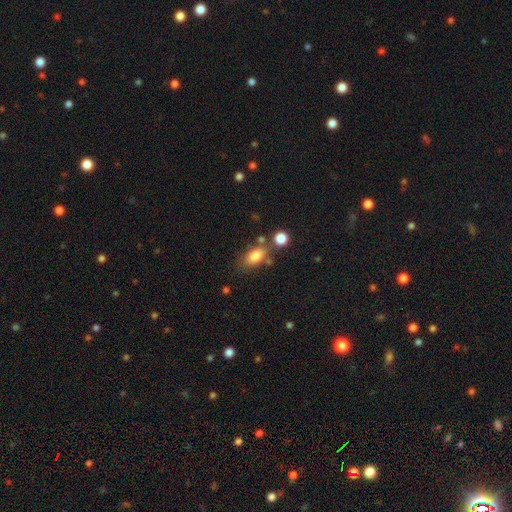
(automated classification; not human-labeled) A smooth galaxy with no disk features (82%) that is in between round and cigar-shaped (86%).

Vote fractions:
- Smooth or featured? smooth: 82% / featured or disk: 9% / star or artifact: 9%
- How rounded? in between: 86% / round: 8% / cigar-shaped: 6%
- Merging? none: 63% / minor disturbance: 17% / merger: 15% / major disturbance: 6%